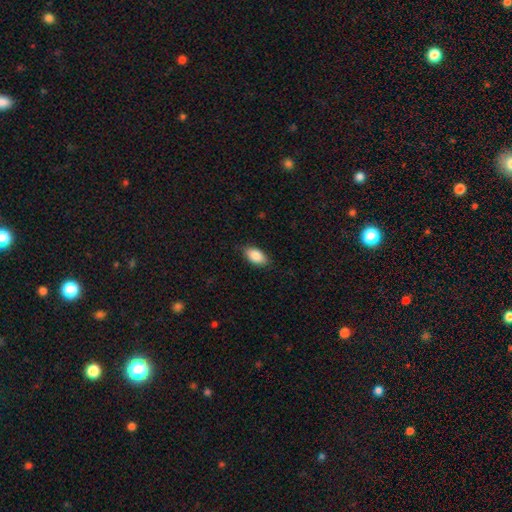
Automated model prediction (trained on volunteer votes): Overall: smooth (87%). How rounded: in between (93%). Merging: none (85%).